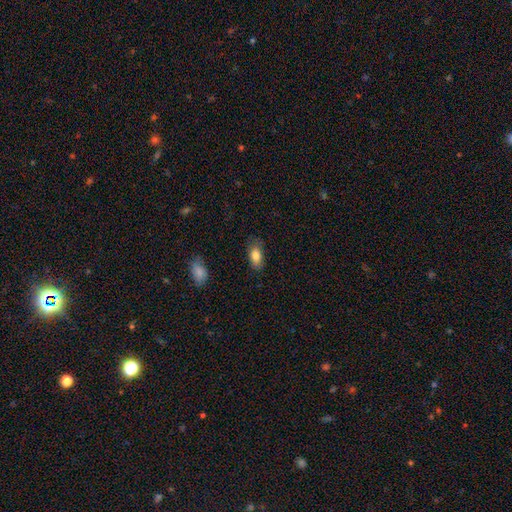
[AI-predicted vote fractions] smooth-or-featured: smooth: 83% | featured or disk: 10% | star or artifact: 7%
  how-rounded: in between: 90% | round: 5% | cigar-shaped: 5%
  merging: none: 79% | minor disturbance: 16% | major disturbance: 3% | merger: 1%